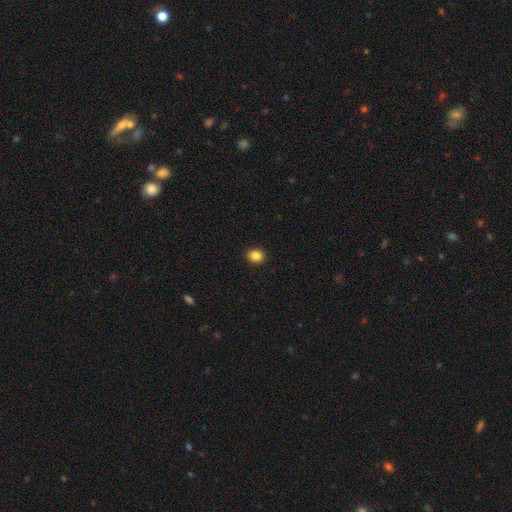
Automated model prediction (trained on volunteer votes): A smooth galaxy with no disk features (86%) that is round (61%).

Vote fractions:
- Smooth or featured? smooth: 86% / star or artifact: 10% / featured or disk: 4%
- How rounded? round: 61% / in between: 38% / cigar-shaped: 1%
- Merging? none: 92% / minor disturbance: 6% / major disturbance: 2% / merger: 1%